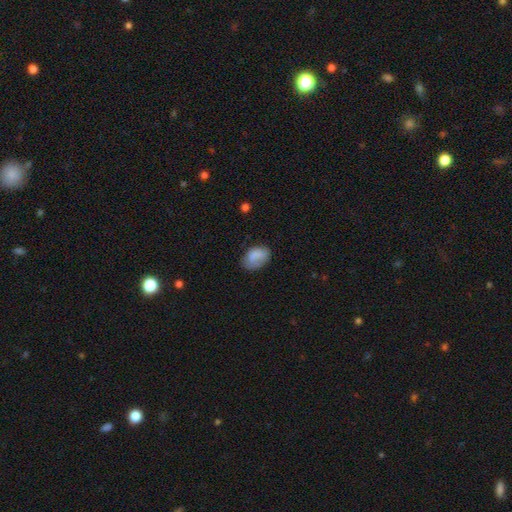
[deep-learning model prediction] This is clearly a smooth galaxy (81%). How rounded: clearly in between (83%). Merging: likely none (64%).